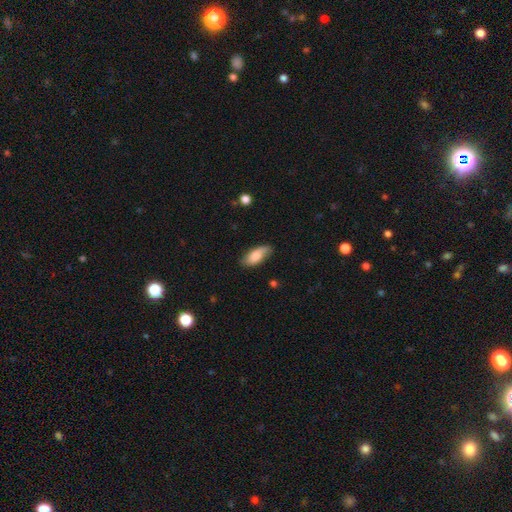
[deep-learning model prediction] Q: Smooth or featured?
A: smooth (76%); runner-up: featured or disk (17%)
Q: How rounded?
A: in between (83%); runner-up: cigar-shaped (14%)
Q: Merging?
A: none (74%); runner-up: minor disturbance (20%)